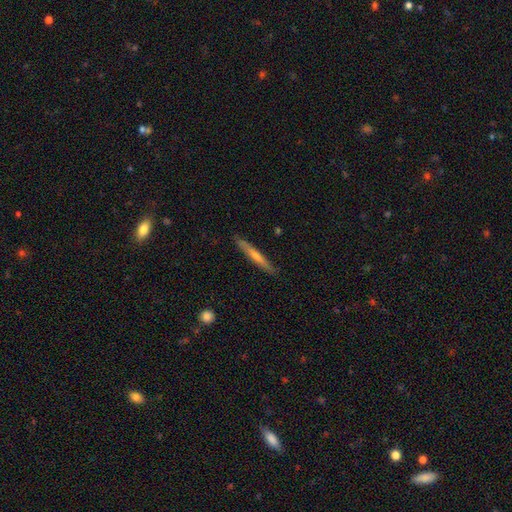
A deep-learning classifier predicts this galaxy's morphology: Smooth or featured? smooth (48%)
Merging? none (88%)